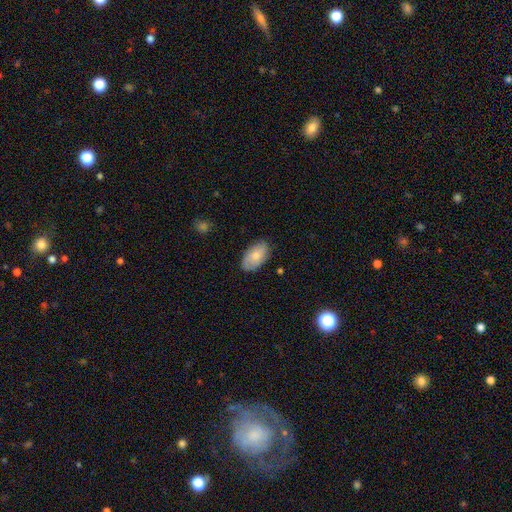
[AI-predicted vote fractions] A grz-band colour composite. It shows a smooth galaxy with no disk features (74%) that is in between round and cigar-shaped (95%). Merging: none (81%).